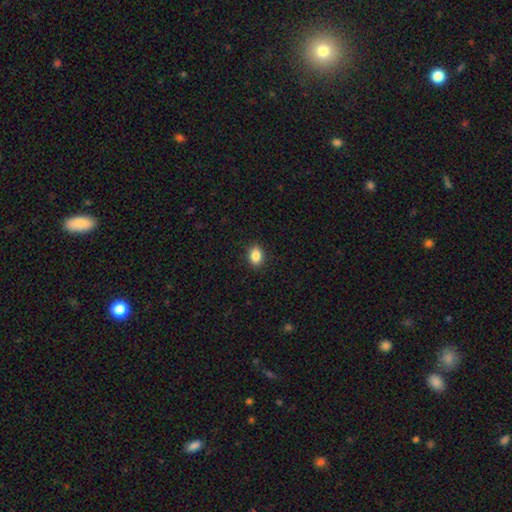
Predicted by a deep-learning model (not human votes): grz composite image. It shows a smooth galaxy with no disk features (86%) that is in between round and cigar-shaped (77%). Merging: none (90%).